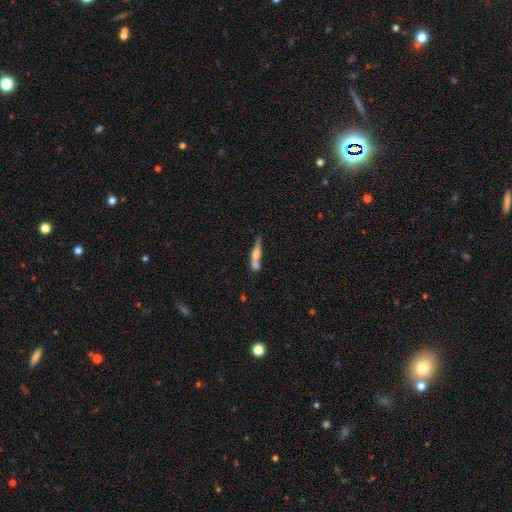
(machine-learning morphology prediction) Smooth or featured?
  - smooth: 47% *
  - featured or disk: 45%
  - star or artifact: 8%
Merging?
  - none: 39% *
  - merger: 36%
  - minor disturbance: 16%
  - major disturbance: 8%